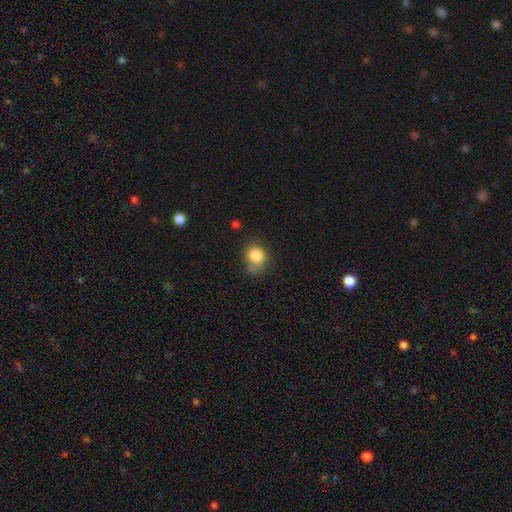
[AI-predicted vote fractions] This is clearly a smooth galaxy (83%). How rounded: likely round (61%). Merging: possibly none (46%).